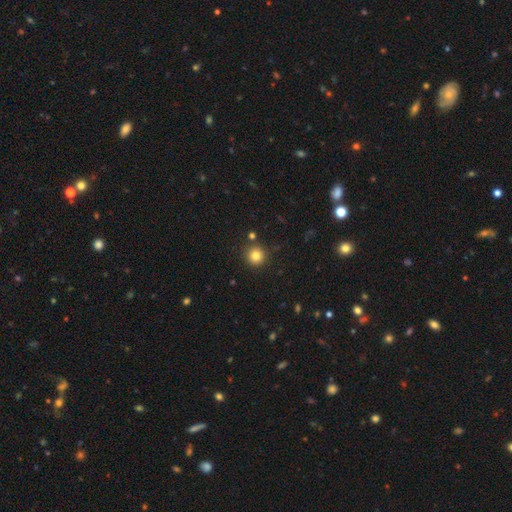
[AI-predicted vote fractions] smooth 83%, star or artifact 12%, featured or disk 6%. Down the decision tree: how rounded — round (94%); merging — none (87%).